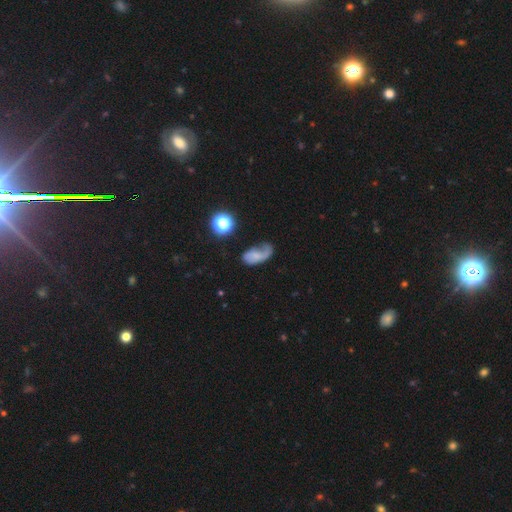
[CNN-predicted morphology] This is possibly a smooth galaxy (45%). Merging: marginally none (33%, tied with major disturbance).